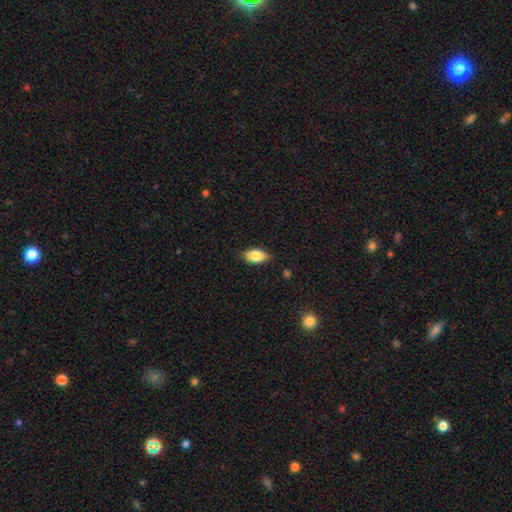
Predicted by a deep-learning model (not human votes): Morphology: type=smooth (83%); roundness=in between (90%); merging=none (80%).